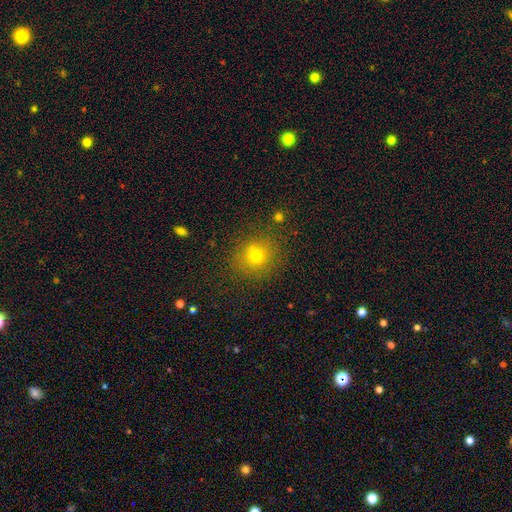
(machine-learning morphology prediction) Smooth or featured?
  - smooth: 73% *
  - star or artifact: 17%
  - featured or disk: 10%
How rounded?
  - round: 87% *
  - in between: 12%
  - cigar-shaped: 1%
Merging?
  - none: 83% *
  - minor disturbance: 10%
  - major disturbance: 4%
  - merger: 3%